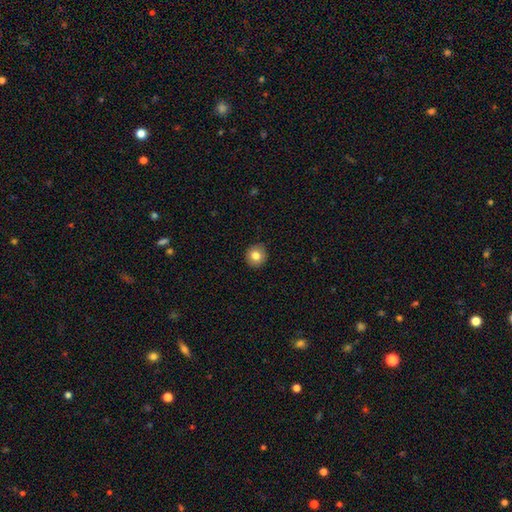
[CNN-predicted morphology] Overall: smooth (80%). How rounded: round (91%). Merging: none (91%).